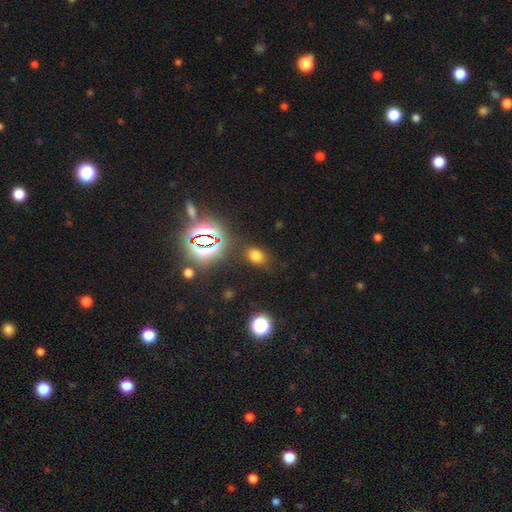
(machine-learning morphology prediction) This is likely a smooth galaxy (68%). How rounded: likely in between (70%). Merging: clearly none (83%).